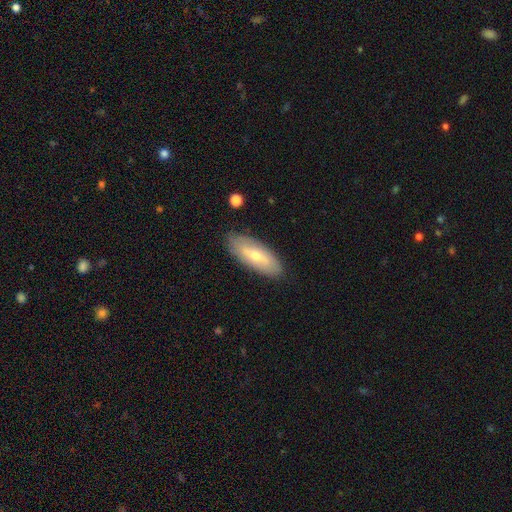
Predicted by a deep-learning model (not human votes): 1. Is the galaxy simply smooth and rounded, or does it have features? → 50% smooth, 44% featured or disk, 6% star or artifact.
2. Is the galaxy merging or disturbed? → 86% none, 10% minor disturbance, 2% major disturbance, 1% merger.